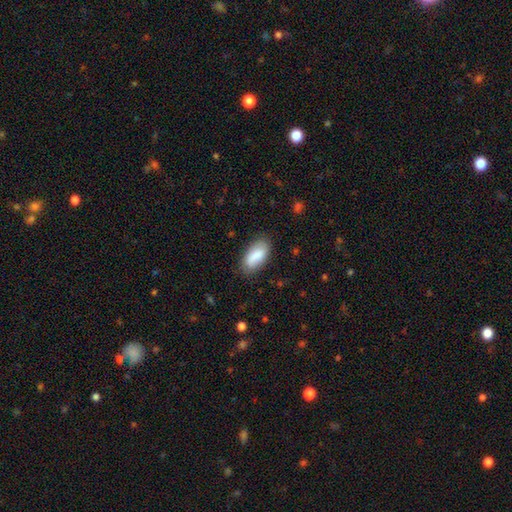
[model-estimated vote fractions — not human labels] smooth 83%, featured or disk 11%, star or artifact 6%. Down the decision tree: how rounded — in between (90%); merging — none (79%).